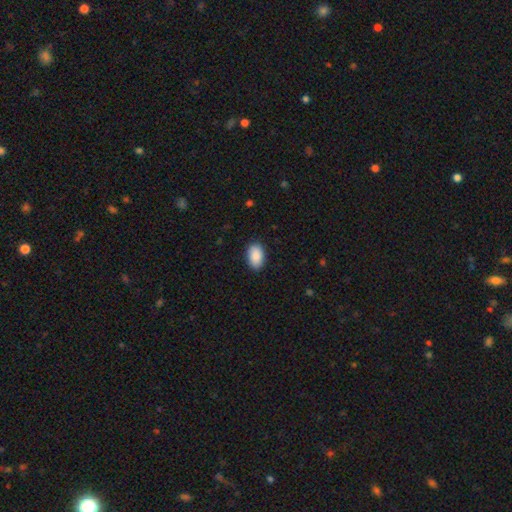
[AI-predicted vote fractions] Smooth or featured?
  - smooth: 91% *
  - star or artifact: 6%
  - featured or disk: 3%
How rounded?
  - in between: 92% *
  - round: 6%
  - cigar-shaped: 1%
Merging?
  - none: 89% *
  - minor disturbance: 8%
  - major disturbance: 2%
  - merger: 1%